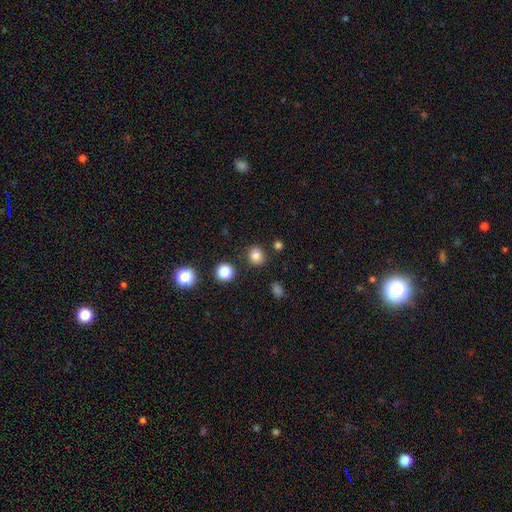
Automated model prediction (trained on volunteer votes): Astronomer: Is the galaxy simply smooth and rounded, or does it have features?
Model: smooth — 80%.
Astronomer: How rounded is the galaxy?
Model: round — 83%.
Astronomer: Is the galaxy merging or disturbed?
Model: none — 84%.